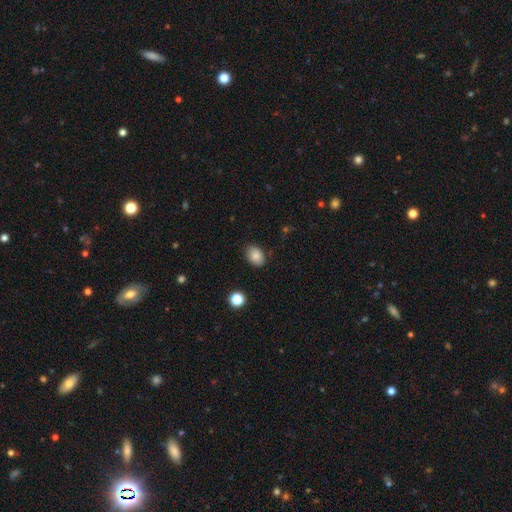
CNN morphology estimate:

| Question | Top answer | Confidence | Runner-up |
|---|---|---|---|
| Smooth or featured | smooth | 85% | star or artifact (9%) |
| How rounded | in between | 75% | round (24%) |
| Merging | none | 82% | minor disturbance (13%) |